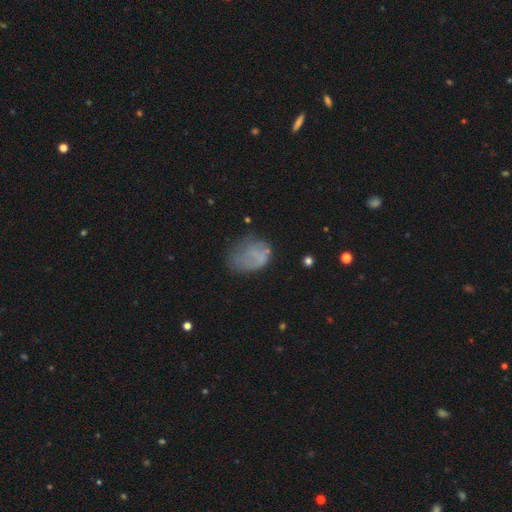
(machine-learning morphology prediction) smooth_or_featured: smooth (p=0.60) [alt: featured or disk p=0.27]
how_rounded: in between (p=0.67) [alt: round p=0.32]
merging: none (p=0.39) [alt: minor disturbance p=0.30]